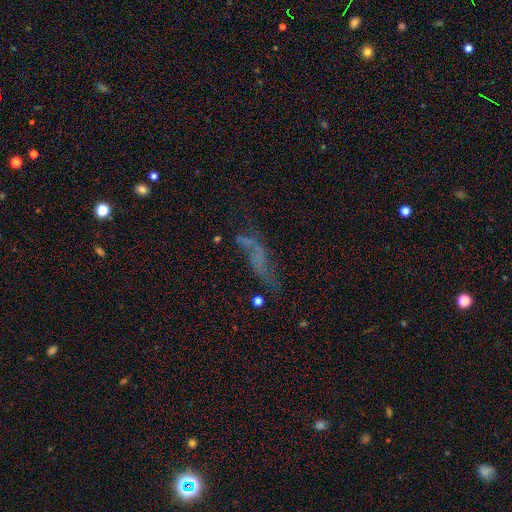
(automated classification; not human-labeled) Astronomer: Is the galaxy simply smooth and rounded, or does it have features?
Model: featured or disk — 37% (runner-up: smooth, 35%).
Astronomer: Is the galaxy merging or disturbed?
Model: none — 51%.